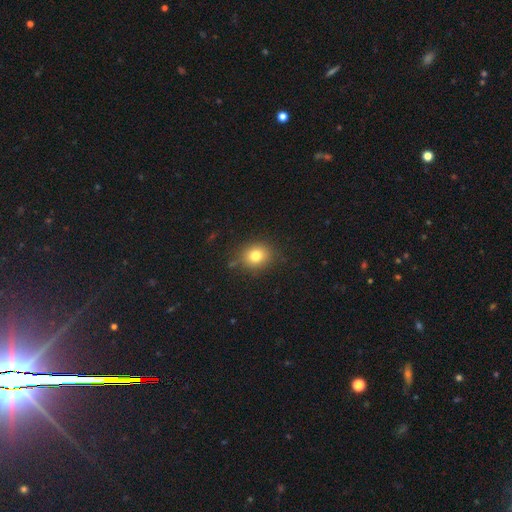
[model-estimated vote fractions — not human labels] Smooth or featured: smooth — 79% (star or artifact — 13%)
How rounded: round — 74% (in between — 25%)
Merging: none — 83% (minor disturbance — 12%)